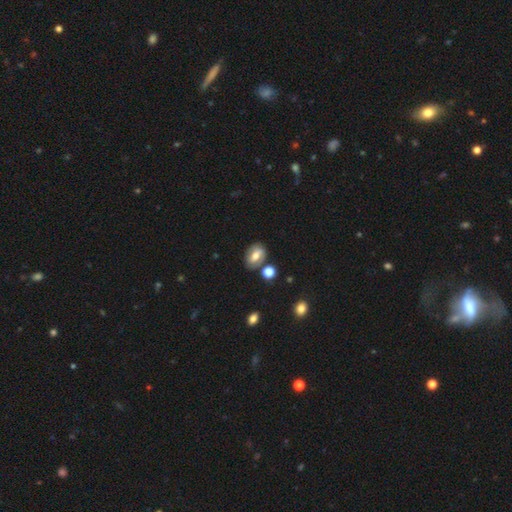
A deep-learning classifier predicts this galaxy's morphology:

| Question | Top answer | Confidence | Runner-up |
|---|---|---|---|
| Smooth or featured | smooth | 55% | featured or disk (34%) |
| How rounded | in between | 74% | round (24%) |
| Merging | none | 72% | minor disturbance (15%) |